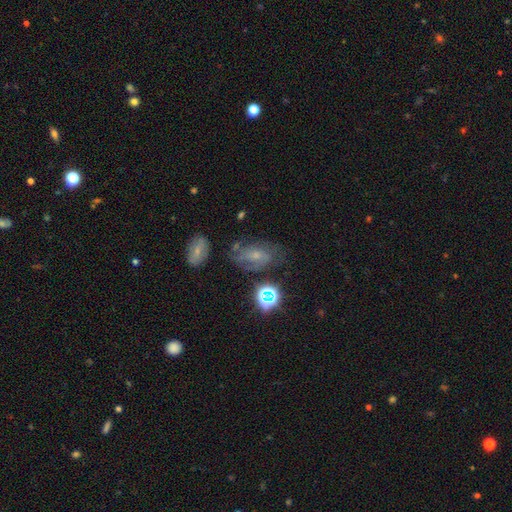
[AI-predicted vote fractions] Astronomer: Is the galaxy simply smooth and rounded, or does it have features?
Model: featured or disk — 50% (runner-up: smooth, 29%).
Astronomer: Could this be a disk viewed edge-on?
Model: no — 94%.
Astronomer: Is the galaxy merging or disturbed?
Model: none — 53%.